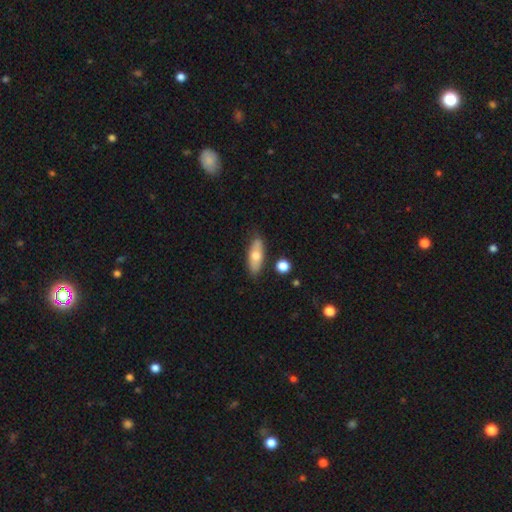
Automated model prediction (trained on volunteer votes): Q: Smooth or featured?
A: smooth (64%); runner-up: featured or disk (29%)
Q: How rounded?
A: in between (64%); runner-up: cigar-shaped (32%)
Q: Merging?
A: none (80%); runner-up: minor disturbance (13%)